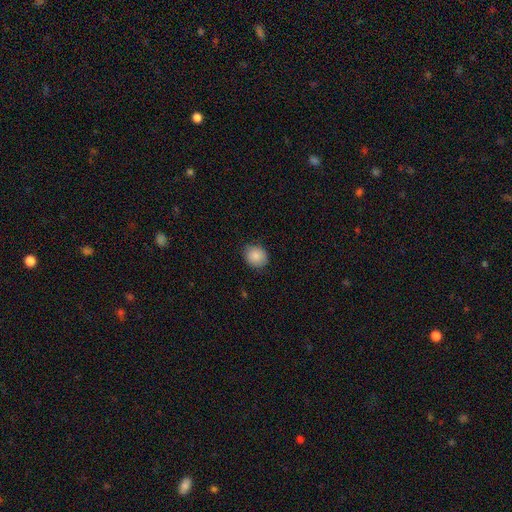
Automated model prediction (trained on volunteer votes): Overall: smooth (86%). How rounded: round (78%). Merging: none (84%).